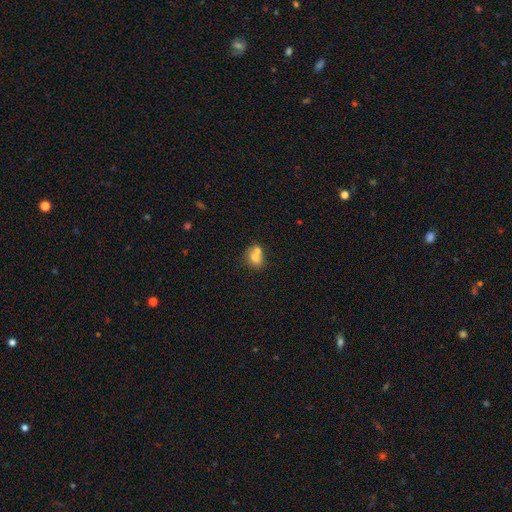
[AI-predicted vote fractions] Q: Smooth or featured?
A: smooth (70%); runner-up: featured or disk (19%)
Q: How rounded?
A: in between (49%); tied with: round (49%)
Q: Merging?
A: merger (57%); runner-up: none (30%)